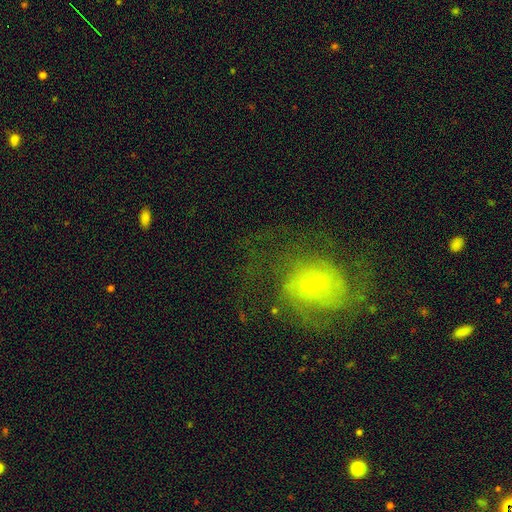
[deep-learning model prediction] Morphology: type=featured or disk (69%); edge-on=no (95%); bar=weak (46%); spiral arms=yes (81%); winding=medium (42%); arm count=2 (40%); bulge=small (48%); merging=none (56%).